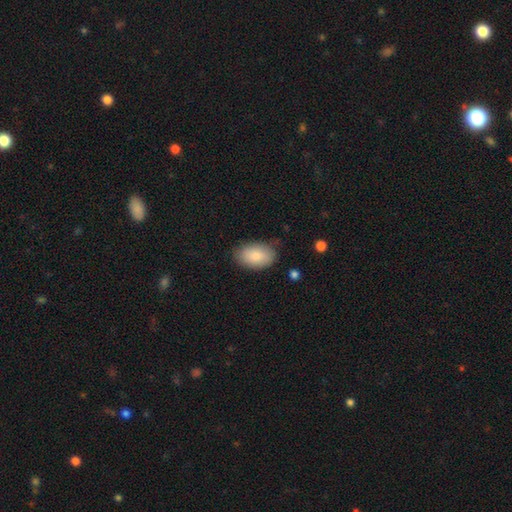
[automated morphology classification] The model was most divided on "merging": none: 80%, minor disturbance: 15%, major disturbance: 3%, merger: 1%. More confident: how rounded — in between (92%); smooth or featured — smooth (85%).